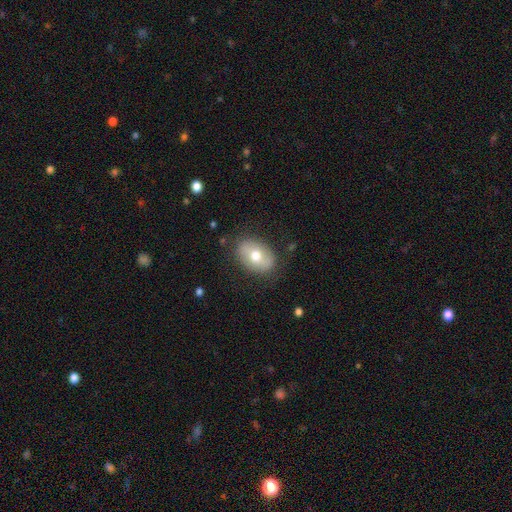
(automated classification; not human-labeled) Overall: smooth (62%; featured or disk 30%). How rounded: in between (79%). Merging: none (82%).